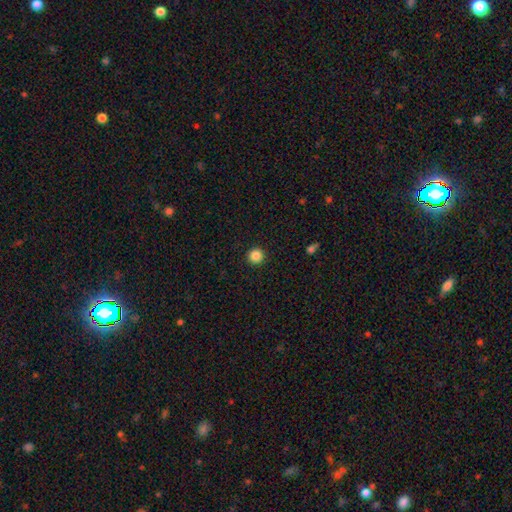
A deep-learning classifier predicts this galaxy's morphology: smooth 86%, star or artifact 11%, featured or disk 3%. Down the decision tree: how rounded — round (96%); merging — none (94%).